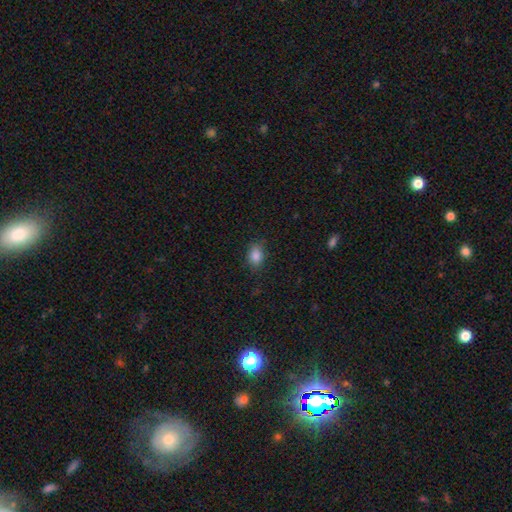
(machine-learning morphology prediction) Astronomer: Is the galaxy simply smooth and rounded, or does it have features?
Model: smooth — 85%.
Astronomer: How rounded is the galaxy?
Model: in between — 75%.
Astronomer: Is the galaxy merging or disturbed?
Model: none — 81%.